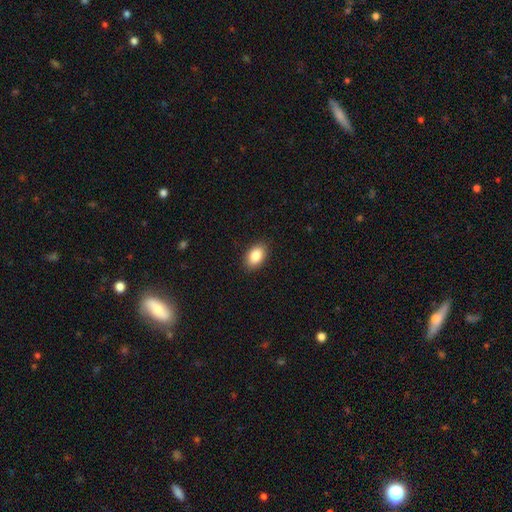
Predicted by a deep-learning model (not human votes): Smooth or featured: smooth — 86% (star or artifact — 7%)
How rounded: in between — 87% (round — 11%)
Merging: none — 88% (minor disturbance — 8%)